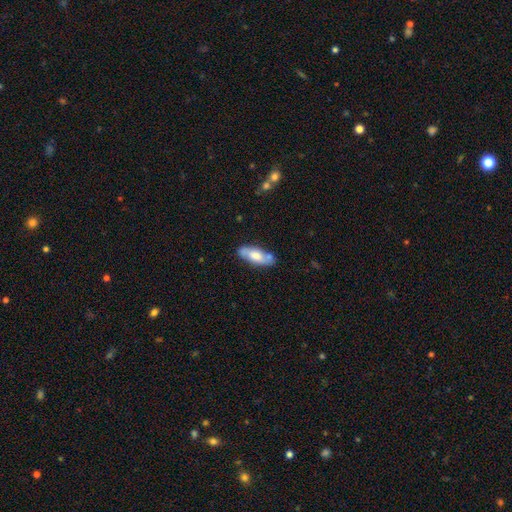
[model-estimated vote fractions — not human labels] The model was most divided on "smooth or featured": smooth: 57%, featured or disk: 37%, star or artifact: 6%. More confident: merging — none (73%); how rounded — in between (72%).